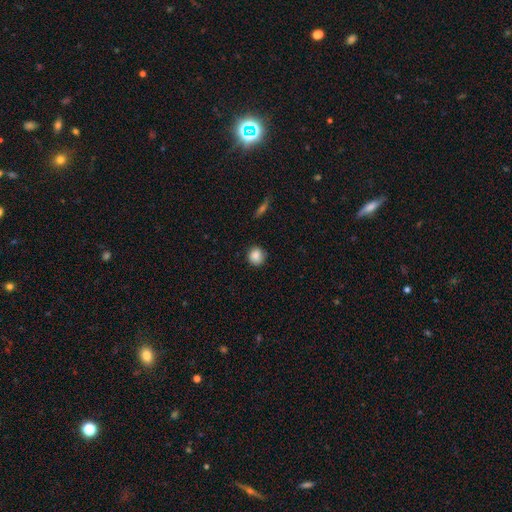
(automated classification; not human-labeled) smooth-or-featured: smooth: 86% | star or artifact: 9% | featured or disk: 5%
  how-rounded: round: 86% | in between: 13% | cigar-shaped: 1%
  merging: none: 81% | minor disturbance: 15% | major disturbance: 3% | merger: 2%